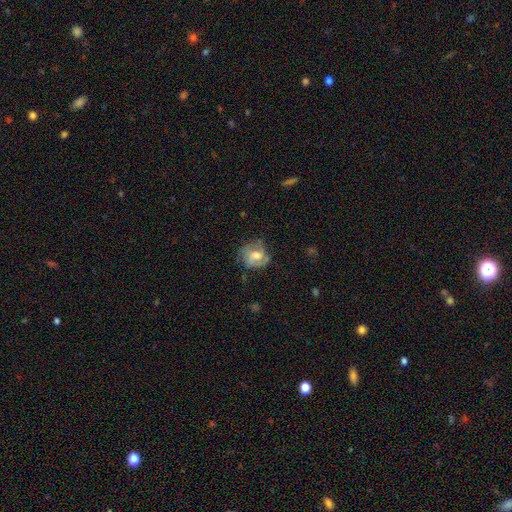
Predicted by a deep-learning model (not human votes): Smooth or featured?
  - featured or disk: 47% *
  - smooth: 44%
  - star or artifact: 10%
Merging?
  - none: 56% *
  - minor disturbance: 26%
  - major disturbance: 15%
  - merger: 2%